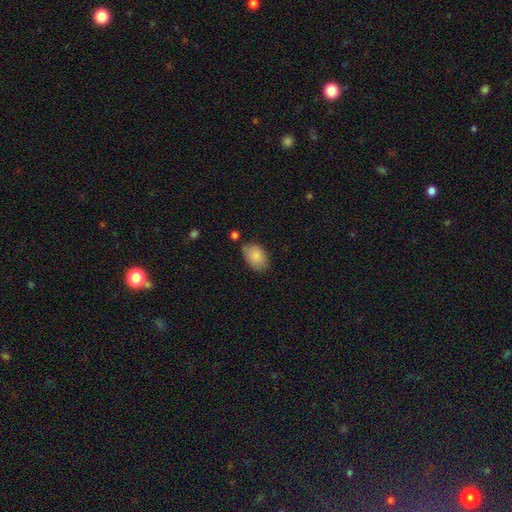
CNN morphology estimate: The model was most divided on "merging": none: 70%, minor disturbance: 21%, merger: 5%, major disturbance: 4%. More confident: smooth or featured — smooth (87%); how rounded — in between (87%).